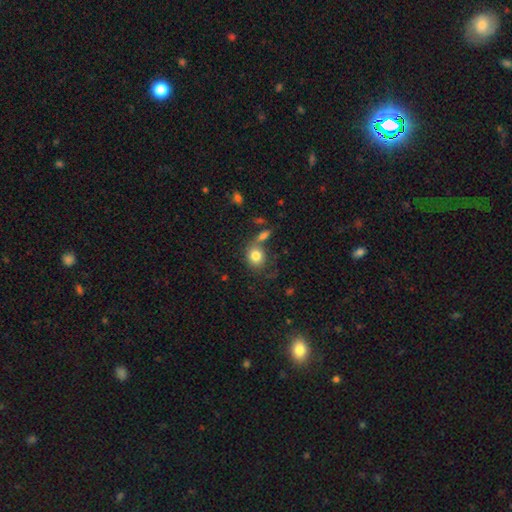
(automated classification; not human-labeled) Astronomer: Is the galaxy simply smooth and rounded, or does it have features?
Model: smooth — 81%.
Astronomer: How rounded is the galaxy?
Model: round — 70%.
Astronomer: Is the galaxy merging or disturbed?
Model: none — 53%.